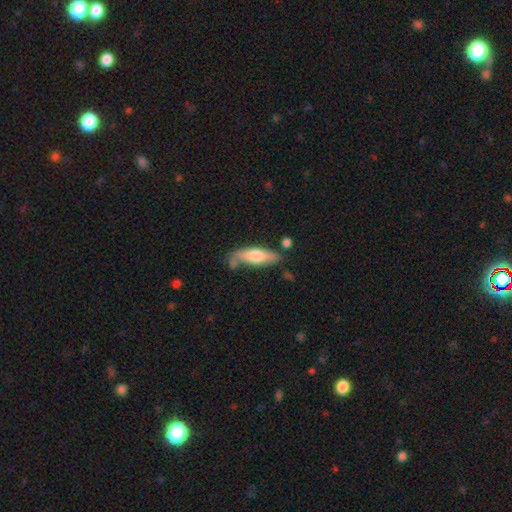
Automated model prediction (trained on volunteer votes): This appears to be a smooth galaxy with no disk features (64%) that is in between round and cigar-shaped (49%). Merging: none (56%).